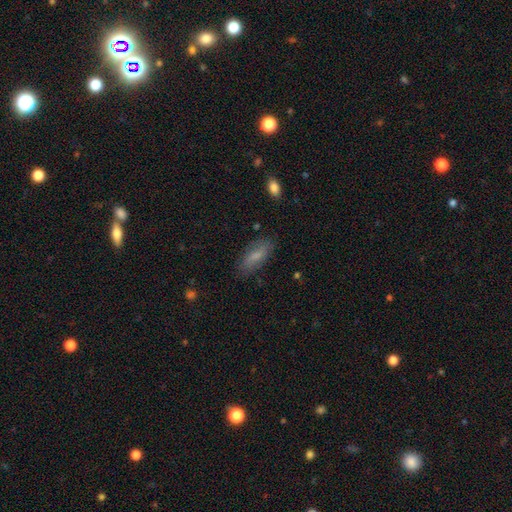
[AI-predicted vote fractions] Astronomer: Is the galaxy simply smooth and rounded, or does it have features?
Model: smooth — 70%.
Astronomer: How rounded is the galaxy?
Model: in between — 69%.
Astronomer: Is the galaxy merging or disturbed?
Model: none — 79%.